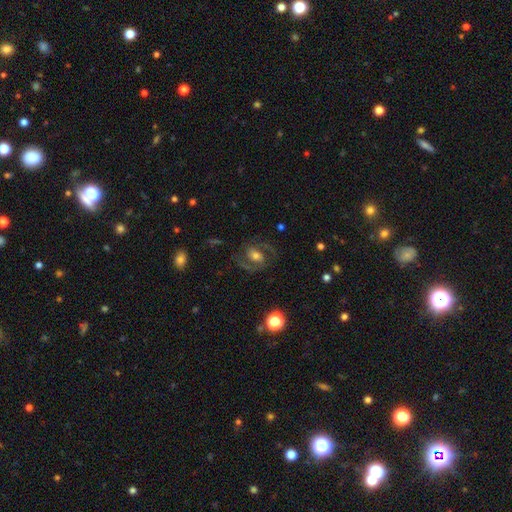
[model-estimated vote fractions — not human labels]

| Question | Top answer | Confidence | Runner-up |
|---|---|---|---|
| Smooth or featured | featured or disk | 81% | smooth (11%) |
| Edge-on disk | no | 98% | yes (2%) |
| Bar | weak | 41% | no (40%) |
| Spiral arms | yes | 94% | no (6%) |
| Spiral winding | medium | 62% | tight (19%) |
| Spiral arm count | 2 | 92% | can't tell (3%) |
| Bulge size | moderate | 61% | small (22%) |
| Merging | none | 78% | minor disturbance (12%) |